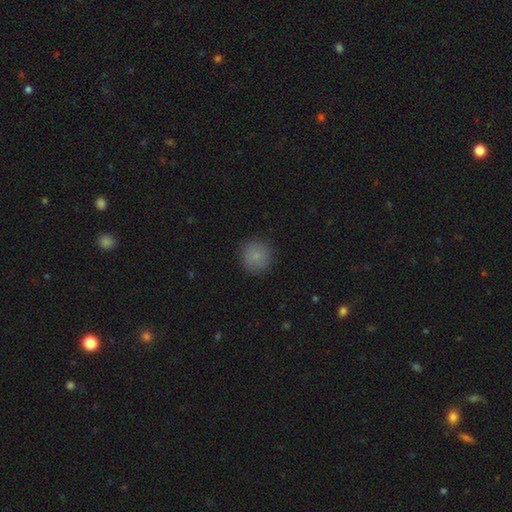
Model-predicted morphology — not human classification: This is clearly a smooth galaxy (83%). How rounded: clearly round (94%). Merging: clearly none (88%).